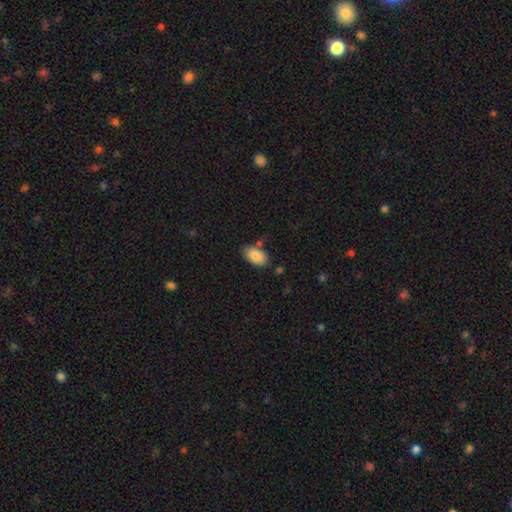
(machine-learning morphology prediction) type=smooth (88%); roundness=in between (94%); merging=none (72%).